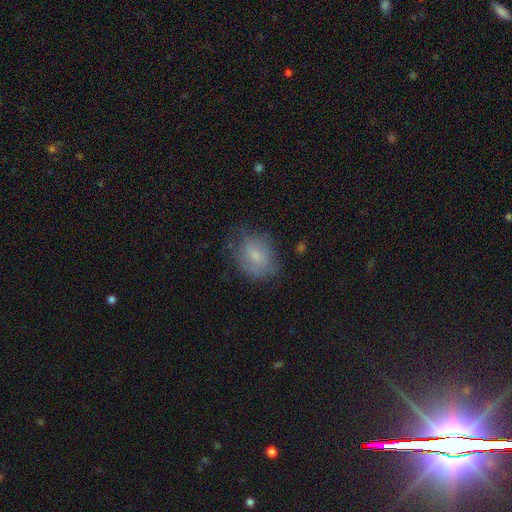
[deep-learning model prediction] Smooth or featured: smooth — 66% (featured or disk — 25%)
How rounded: in between — 60% (round — 38%)
Merging: none — 58% (minor disturbance — 28%)